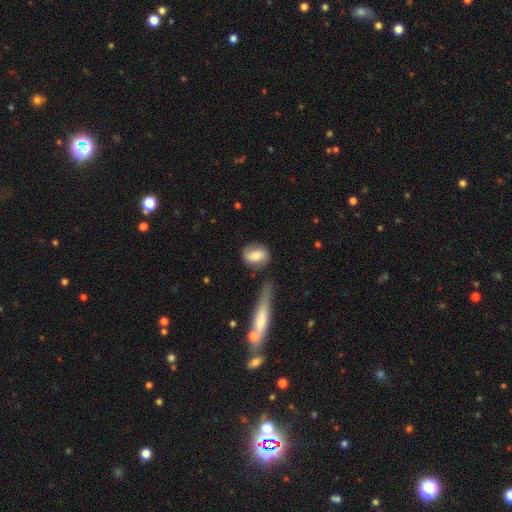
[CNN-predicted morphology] Q: Smooth or featured?
A: smooth (62%); runner-up: featured or disk (30%)
Q: How rounded?
A: in between (54%); runner-up: round (41%)
Q: Merging?
A: none (71%); runner-up: minor disturbance (17%)